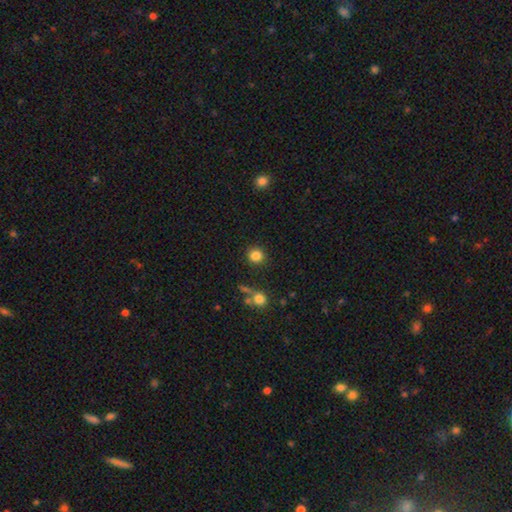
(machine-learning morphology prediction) Q: Smooth or featured?
A: smooth (84%); runner-up: star or artifact (11%)
Q: How rounded?
A: round (90%); runner-up: in between (9%)
Q: Merging?
A: none (86%); runner-up: minor disturbance (7%)